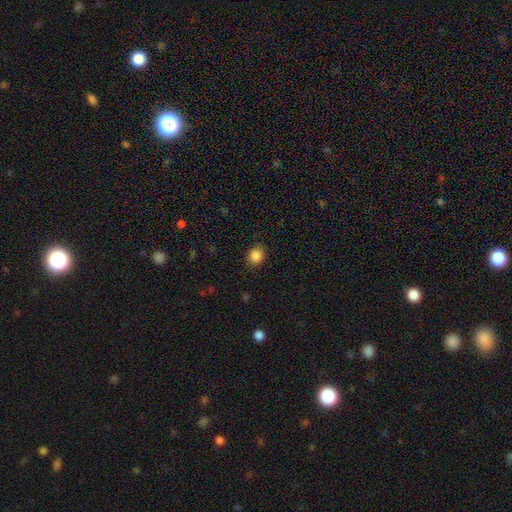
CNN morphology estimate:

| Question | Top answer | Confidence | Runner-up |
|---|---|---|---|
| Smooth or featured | smooth | 87% | star or artifact (9%) |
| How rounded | round | 68% | in between (31%) |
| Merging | none | 84% | minor disturbance (12%) |